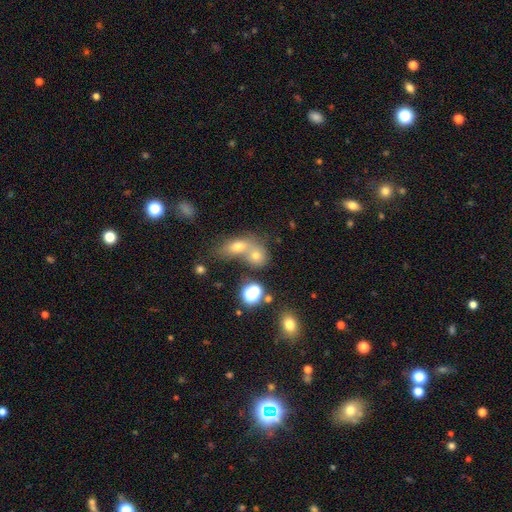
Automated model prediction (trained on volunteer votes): A smooth galaxy with no disk features (67%) that is round (55%).

Vote fractions:
- Smooth or featured? smooth: 67% / star or artifact: 19% / featured or disk: 15%
- How rounded? round: 55% / in between: 43% / cigar-shaped: 2%
- Merging? merger: 58% / none: 31% / minor disturbance: 7% / major disturbance: 4%